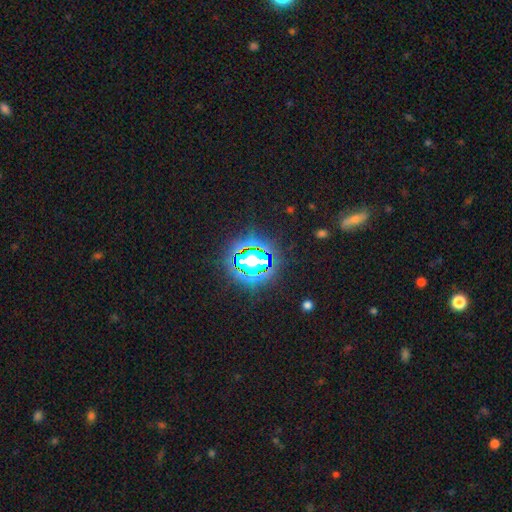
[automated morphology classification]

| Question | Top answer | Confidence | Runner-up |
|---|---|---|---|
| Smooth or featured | star or artifact | 79% | smooth (14%) |